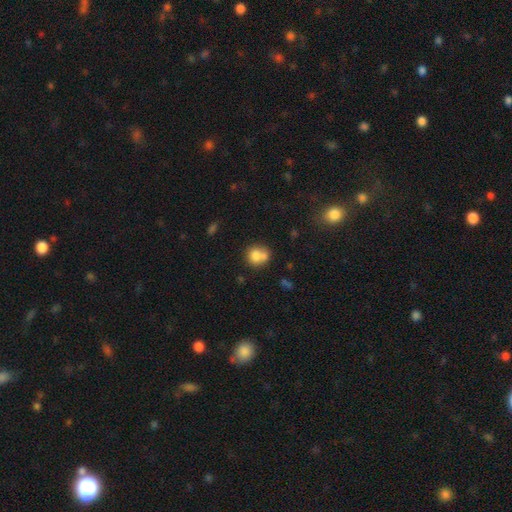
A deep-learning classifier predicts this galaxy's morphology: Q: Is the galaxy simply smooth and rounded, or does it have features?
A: smooth — 75%.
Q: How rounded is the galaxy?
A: round — 76%.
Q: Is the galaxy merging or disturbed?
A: merger — 47%.